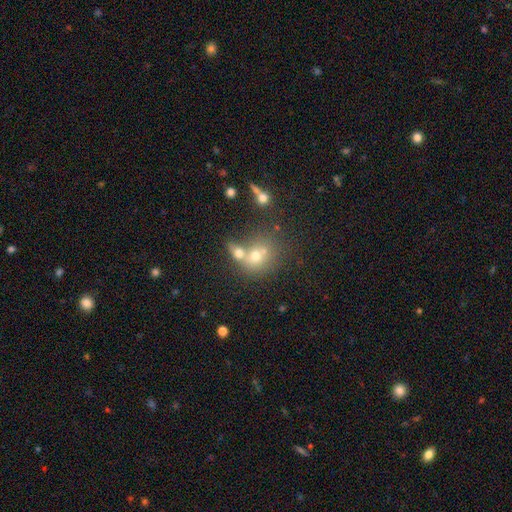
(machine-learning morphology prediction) This is likely a smooth galaxy (62%). How rounded: likely round (63%). Merging: possibly merger (54%).